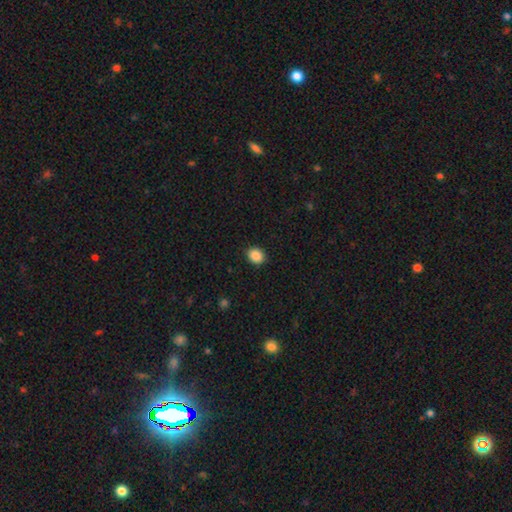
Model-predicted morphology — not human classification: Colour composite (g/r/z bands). It shows a smooth galaxy with no disk features (88%) that is round (60%). Merging: none (90%).